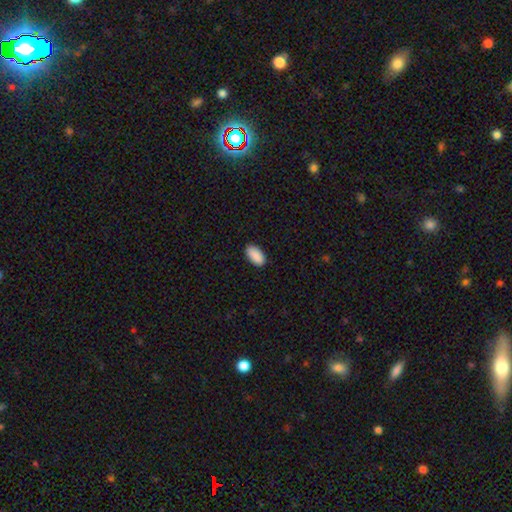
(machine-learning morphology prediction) Overall: smooth (91%). How rounded: in between (95%). Merging: none (89%).